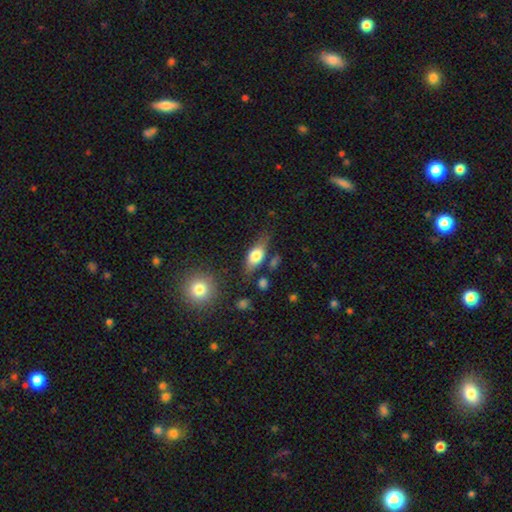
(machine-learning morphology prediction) A smooth galaxy with no disk features (68%) that is in between round and cigar-shaped (79%). Merging: none (68%).